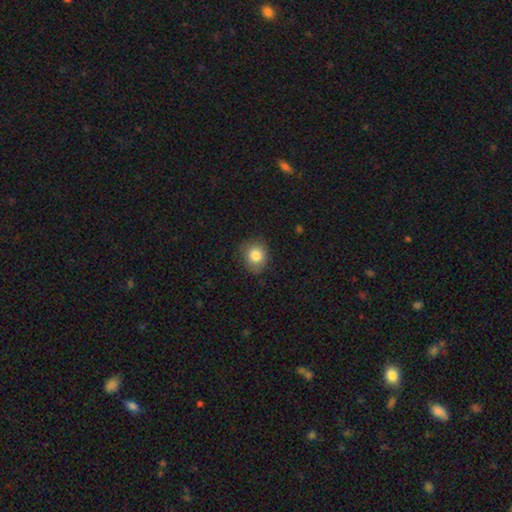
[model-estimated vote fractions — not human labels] Smooth or featured?
  - smooth: 82% *
  - star or artifact: 10%
  - featured or disk: 8%
How rounded?
  - round: 75% *
  - in between: 24%
  - cigar-shaped: 1%
Merging?
  - none: 78% *
  - minor disturbance: 17%
  - major disturbance: 4%
  - merger: 1%